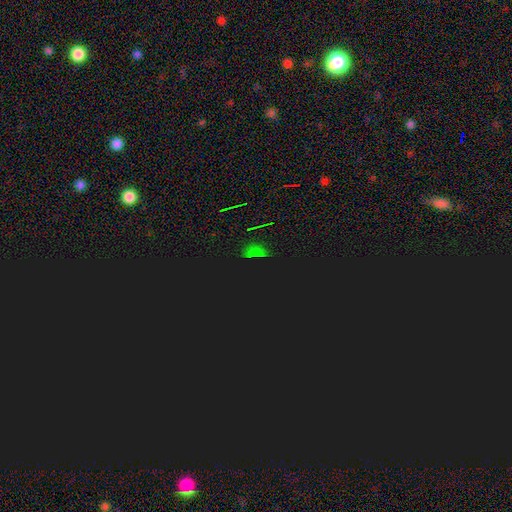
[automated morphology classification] This is likely a star or artifact rather than a galaxy (74%).